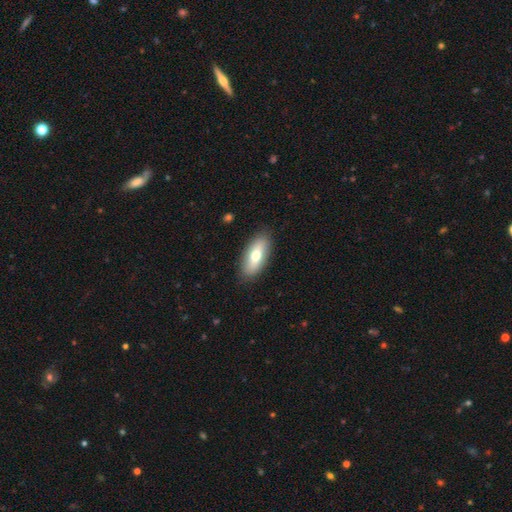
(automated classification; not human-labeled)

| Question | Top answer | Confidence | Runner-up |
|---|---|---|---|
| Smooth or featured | smooth | 68% | featured or disk (26%) |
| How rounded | in between | 81% | cigar-shaped (17%) |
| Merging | none | 87% | minor disturbance (10%) |